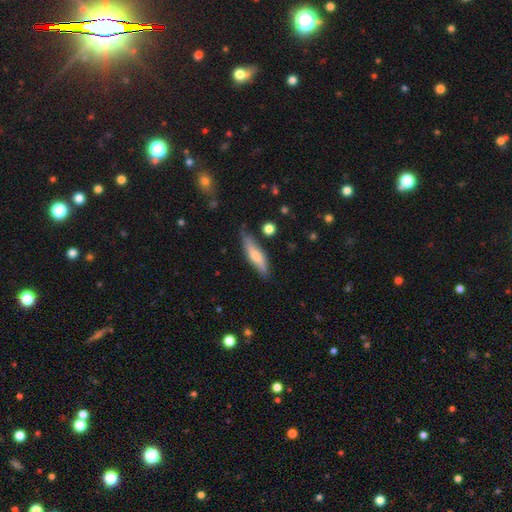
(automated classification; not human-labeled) smooth 59%, featured or disk 35%, star or artifact 6%. Down the decision tree: how rounded — cigar-shaped (71%); merging — none (73%).